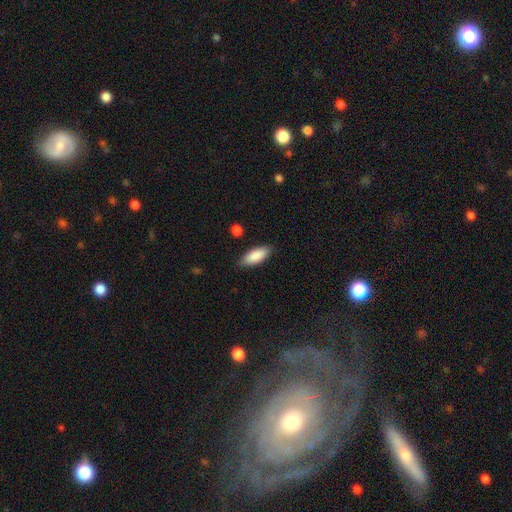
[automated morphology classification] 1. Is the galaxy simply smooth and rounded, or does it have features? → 87% smooth, 8% featured or disk, 6% star or artifact.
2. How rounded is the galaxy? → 74% in between, 25% cigar-shaped, 2% round.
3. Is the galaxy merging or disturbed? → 85% none, 11% minor disturbance, 2% major disturbance, 1% merger.